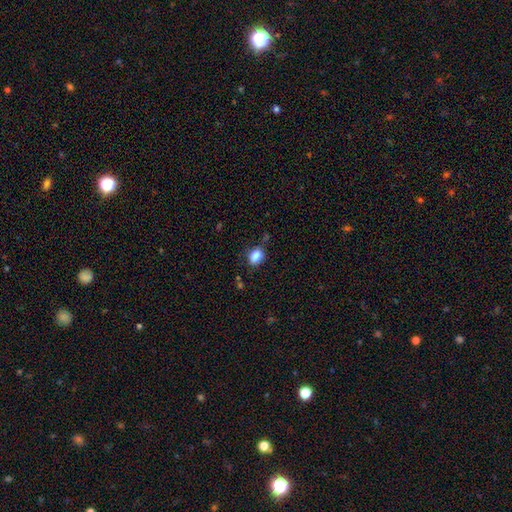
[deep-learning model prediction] Smooth or featured? smooth (85%)
How rounded? in between (68%)
Merging? none (72%)